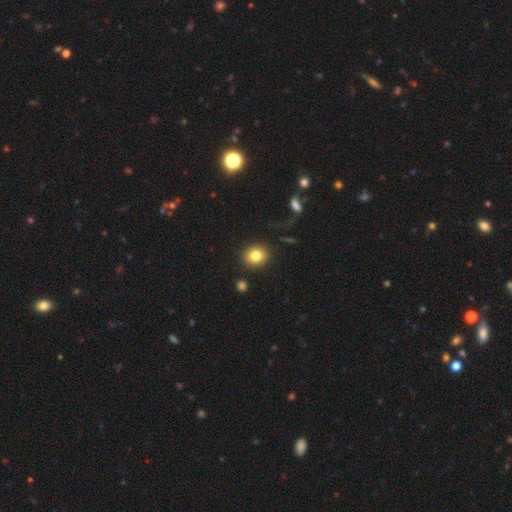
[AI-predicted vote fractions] smooth-or-featured: smooth: 82% | star or artifact: 10% | featured or disk: 8%
  how-rounded: round: 75% | in between: 24% | cigar-shaped: 1%
  merging: none: 89% | minor disturbance: 7% | major disturbance: 2% | merger: 2%